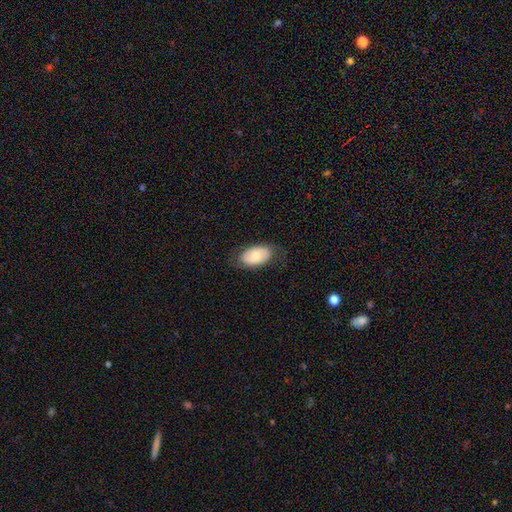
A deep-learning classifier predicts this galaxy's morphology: Smooth or featured? smooth (66%)
How rounded? in between (93%)
Merging? none (75%)